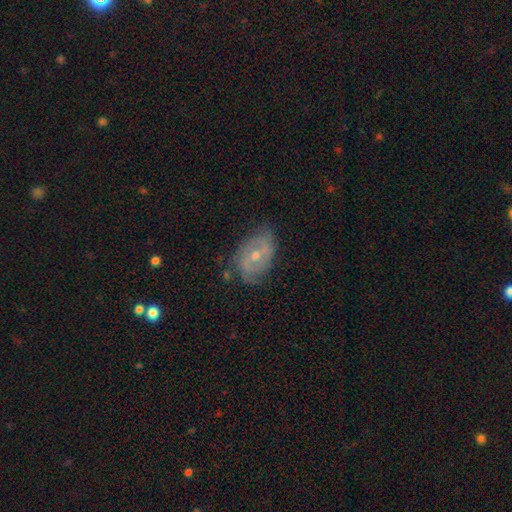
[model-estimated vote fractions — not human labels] A featured or disk galaxy (73%) with no bar (51%), 2 (56%) tight (47%) spiral arms (82%) and a moderate central bulge (51%).

Vote fractions:
- Smooth or featured? featured or disk: 73% / smooth: 19% / star or artifact: 8%
- Edge-on disk? no: 95% / yes: 5%
- Bar? no: 51% / weak: 39% / strong: 10%
- Spiral arms? yes: 82% / no: 18%
- Spiral winding? tight: 47% / medium: 38% / loose: 16%
- Spiral arm count? 2: 56% / can't tell: 28% / 3: 7% / 1: 4% / 4: 2% / more than 4: 2%
- Bulge size? moderate: 51% / small: 45% / large: 1% / none: 1% / dominant: 1%
- Merging? none: 69% / minor disturbance: 22% / major disturbance: 7% / merger: 2%